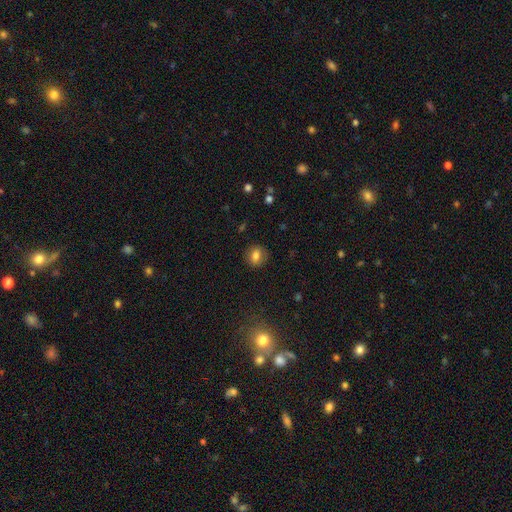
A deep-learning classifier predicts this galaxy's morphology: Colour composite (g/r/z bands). It shows a smooth galaxy with no disk features (76%) that is round (68%). Merging: none (87%).